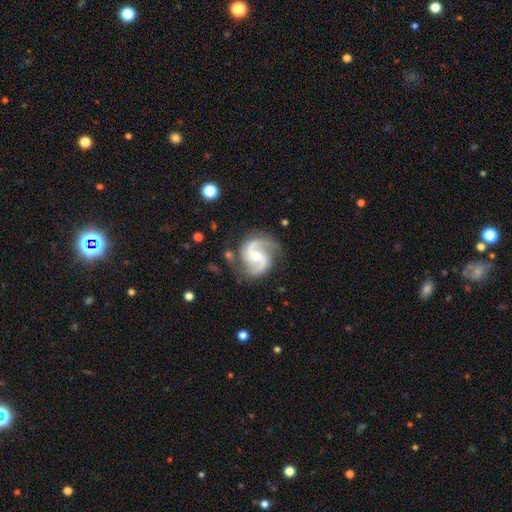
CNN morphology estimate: Q: Smooth or featured?
A: featured or disk (91%); runner-up: smooth (4%)
Q: Edge-on disk?
A: no (98%); runner-up: yes (2%)
Q: Bar?
A: no (45%); runner-up: weak (41%)
Q: Spiral arms?
A: yes (98%); runner-up: no (2%)
Q: Spiral winding?
A: medium (58%); runner-up: loose (27%)
Q: Spiral arm count?
A: 2 (92%); runner-up: 3 (3%)
Q: Bulge size?
A: moderate (50%); runner-up: small (46%)
Q: Merging?
A: none (77%); runner-up: minor disturbance (15%)